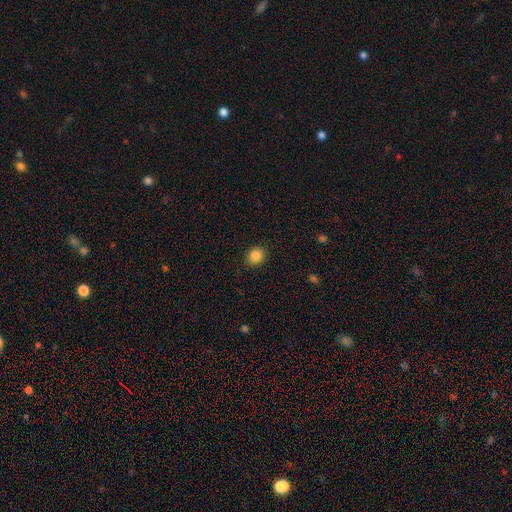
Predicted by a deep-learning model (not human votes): A smooth galaxy with no disk features (85%) that is round (67%). Merging: none (90%).